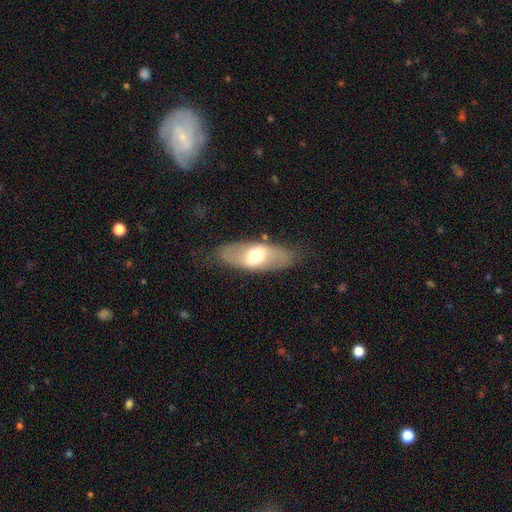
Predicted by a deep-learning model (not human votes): A smooth galaxy with no disk features (52%) that is in between round and cigar-shaped (81%).

Vote fractions:
- Smooth or featured? smooth: 52% / featured or disk: 42% / star or artifact: 6%
- How rounded? in between: 81% / cigar-shaped: 14% / round: 4%
- Merging? none: 78% / minor disturbance: 15% / major disturbance: 6% / merger: 1%